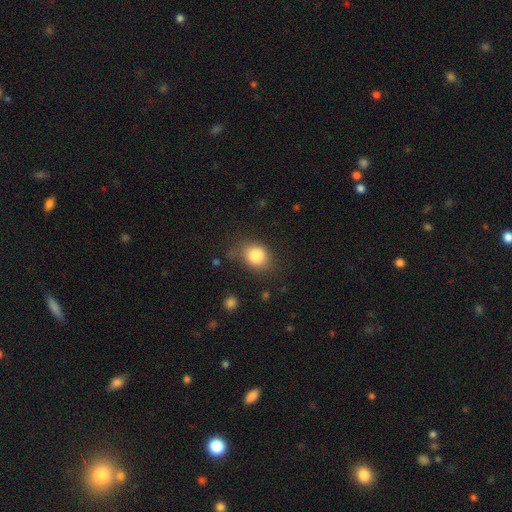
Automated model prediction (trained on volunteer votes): The model was most divided on "how rounded": round: 52%, in between: 47%, cigar-shaped: 1%. More confident: smooth or featured — smooth (84%); merging — none (66%).